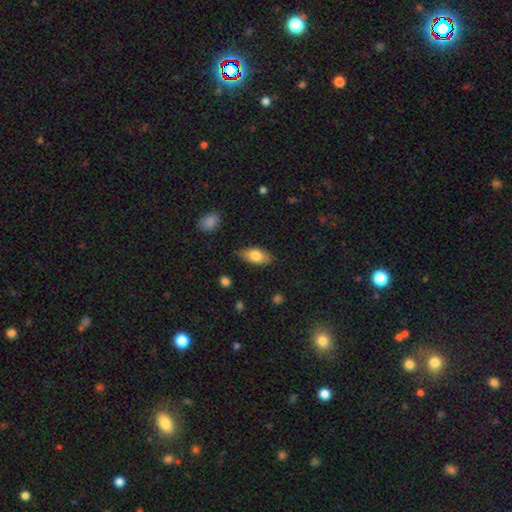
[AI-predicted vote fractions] Smooth or featured?
  - smooth: 78% *
  - featured or disk: 16%
  - star or artifact: 7%
How rounded?
  - in between: 89% *
  - cigar-shaped: 7%
  - round: 4%
Merging?
  - none: 83% *
  - minor disturbance: 13%
  - major disturbance: 3%
  - merger: 1%